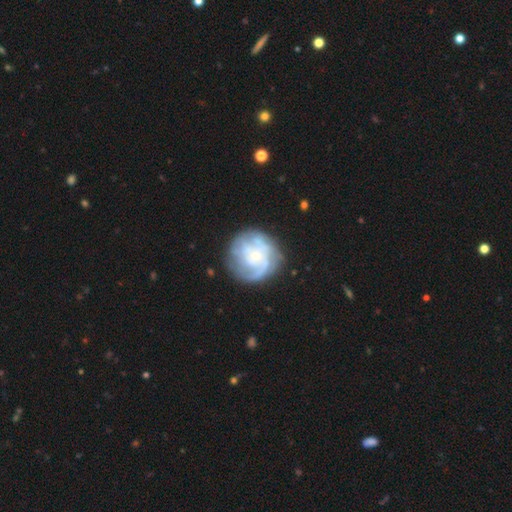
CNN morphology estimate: This appears to be a featured or disk galaxy (75%) with no bar (77%), tight (55%) spiral arms (85%) and a small central bulge (72%). Merging: none (71%).